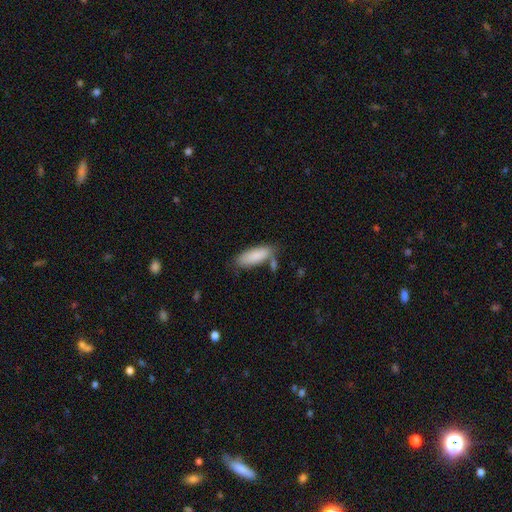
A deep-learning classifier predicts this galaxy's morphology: The model was most divided on "how rounded": in between: 70%, cigar-shaped: 29%, round: 2%. More confident: smooth or featured — smooth (87%); merging — none (66%).